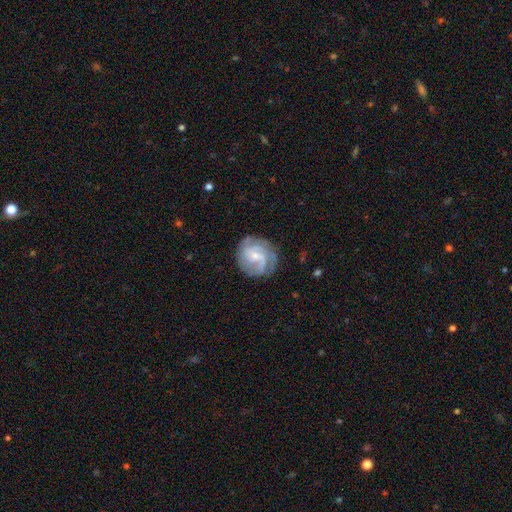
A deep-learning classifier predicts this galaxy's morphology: The model was most divided on "spiral winding" (2-way tie): tight: 42%, medium: 42%, loose: 16%. Remaining: edge-on disk — no (98%); spiral arms — yes (94%); smooth or featured — featured or disk (78%); merging — none (73%); bulge size — small (68%); bar — no (47%); spiral arm count — 2 (28%).